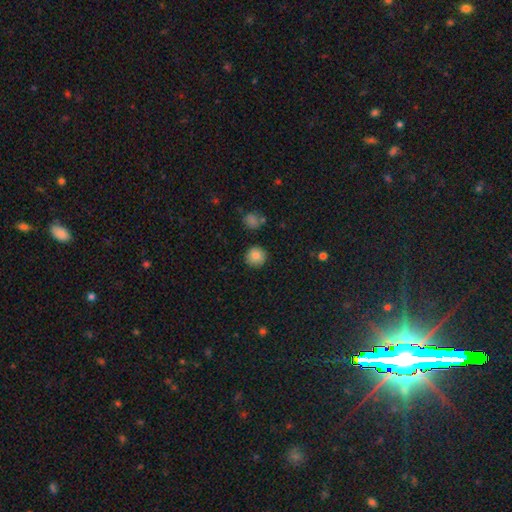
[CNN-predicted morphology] Q: Smooth or featured?
A: smooth (86%); runner-up: star or artifact (9%)
Q: How rounded?
A: round (93%); runner-up: in between (6%)
Q: Merging?
A: none (87%); runner-up: minor disturbance (8%)